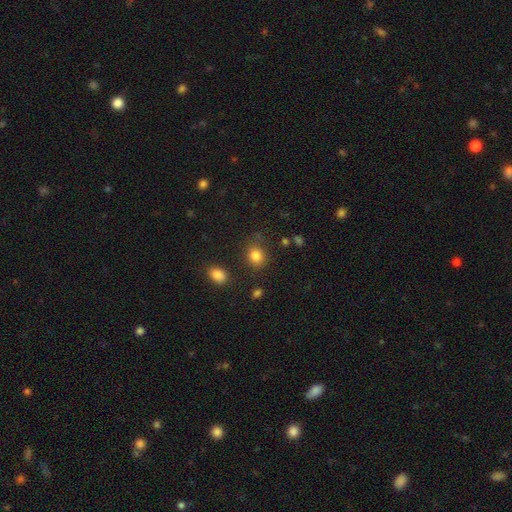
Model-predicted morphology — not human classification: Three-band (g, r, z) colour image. It shows a smooth galaxy with no disk features (83%) that is round (61%). Merging: none (78%).